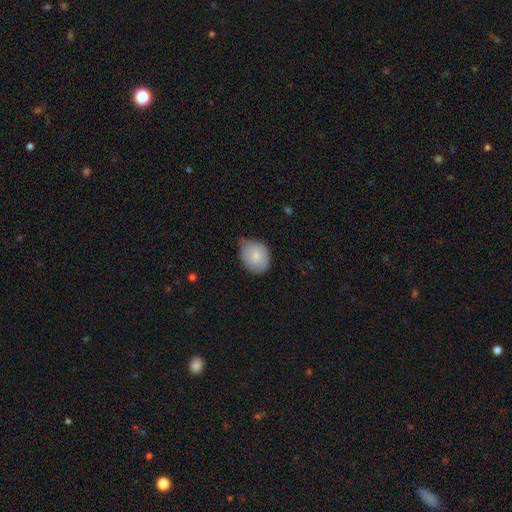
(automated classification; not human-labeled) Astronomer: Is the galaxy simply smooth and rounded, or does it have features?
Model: smooth — 82%.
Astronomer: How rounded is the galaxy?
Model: round — 59% (runner-up: in between, 40%).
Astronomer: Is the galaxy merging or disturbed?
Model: none — 45% (runner-up: minor disturbance, 44%).